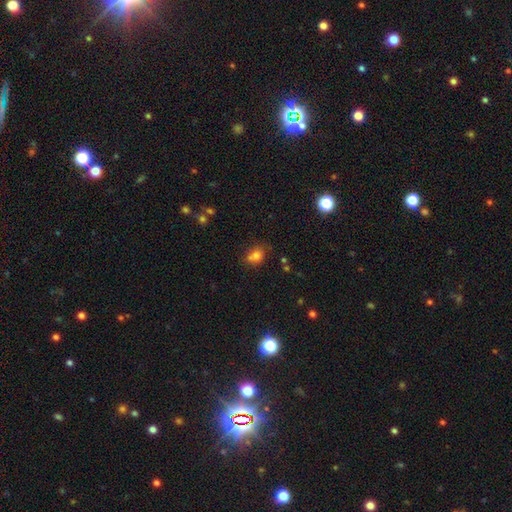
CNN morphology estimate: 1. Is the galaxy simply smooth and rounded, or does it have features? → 74% smooth, 14% star or artifact, 11% featured or disk.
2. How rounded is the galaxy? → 60% round, 39% in between, 1% cigar-shaped.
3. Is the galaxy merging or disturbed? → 49% none, 32% merger, 14% minor disturbance, 5% major disturbance.